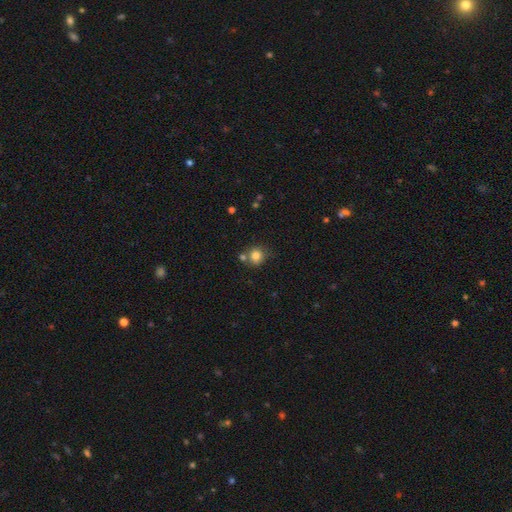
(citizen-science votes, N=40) Volunteers were most divided on "merging": none: 49%, merger: 43%, minor disturbance: 9%, major disturbance: 0%. More confident: how rounded — round (96%); smooth or featured — smooth (70%).